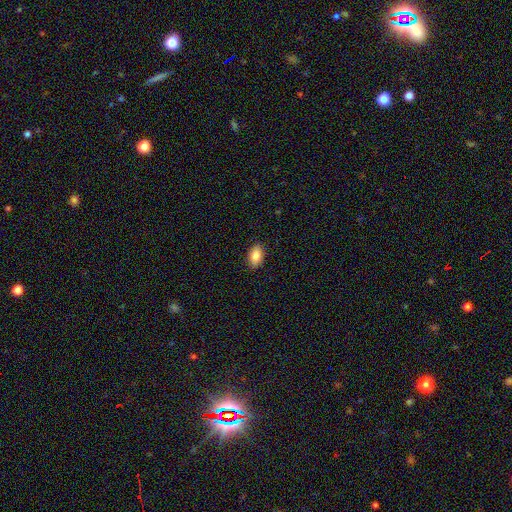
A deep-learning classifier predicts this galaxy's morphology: smooth 84%, featured or disk 9%, star or artifact 8%. Down the decision tree: how rounded — in between (89%); merging — none (88%).